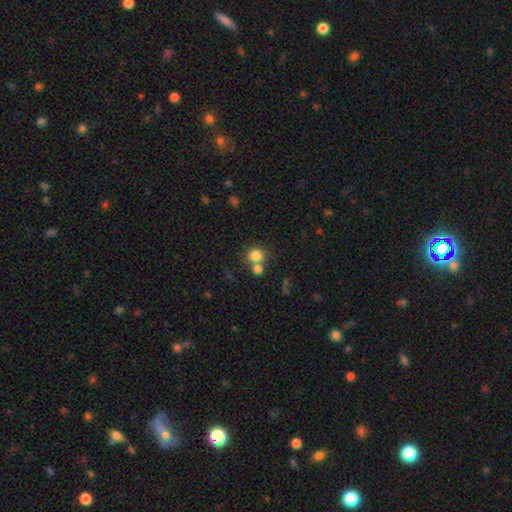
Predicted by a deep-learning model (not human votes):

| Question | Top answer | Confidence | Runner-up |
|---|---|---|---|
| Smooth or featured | smooth | 81% | star or artifact (12%) |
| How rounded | round | 85% | in between (14%) |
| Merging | none | 55% | merger (33%) |